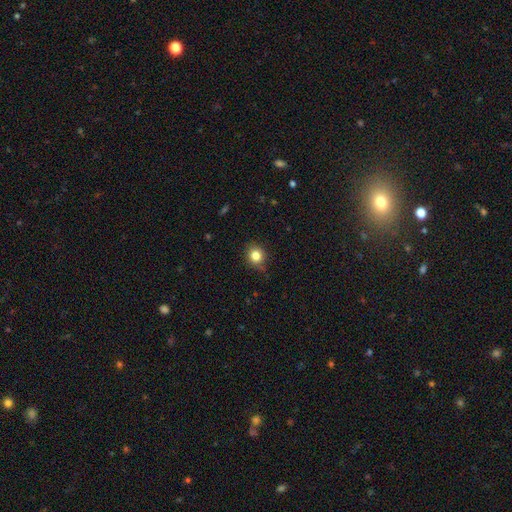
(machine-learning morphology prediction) Smooth or featured? Predicted: smooth (p=0.82). How rounded? Predicted: round (p=0.78). Merging? Predicted: none (p=0.80).